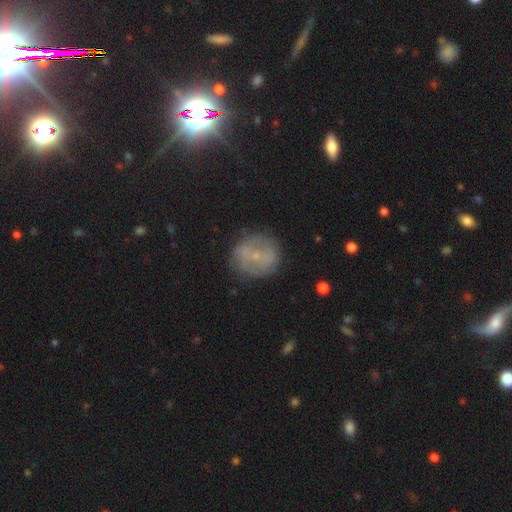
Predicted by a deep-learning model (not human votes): Smooth or featured? Predicted: featured or disk (p=0.52). Edge-on disk? Predicted: no (p=0.96). Merging? Predicted: none (p=0.77).